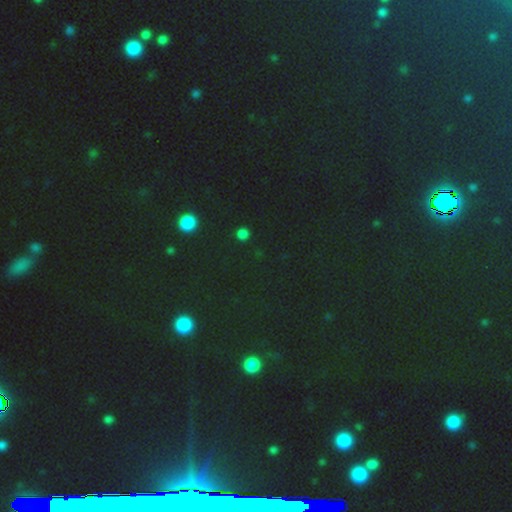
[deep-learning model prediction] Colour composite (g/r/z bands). It shows a star or artifact, not a galaxy (73%).